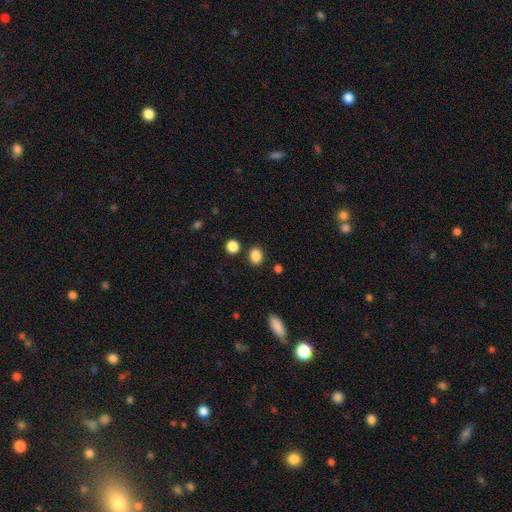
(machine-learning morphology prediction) Smooth or featured? smooth (86%)
How rounded? in between (50%)
Merging? none (83%)